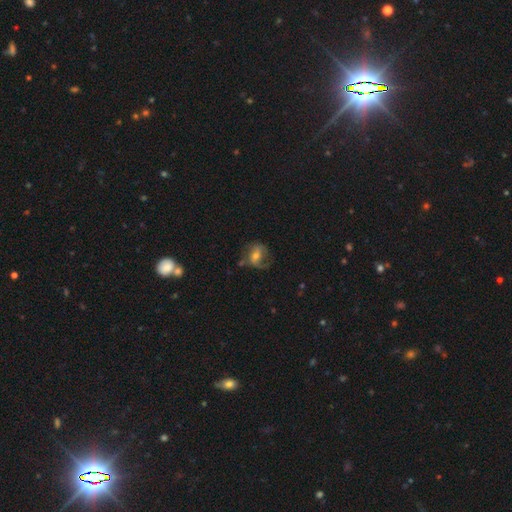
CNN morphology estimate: smooth-or-featured: featured or disk: 57% | smooth: 34% | star or artifact: 9%
  disk-edge-on: no: 96% | yes: 4%
    bar: no: 38% (tied) | weak: 38% (tied) | strong: 24%
    has-spiral-arms: yes: 75% | no: 25%
    bulge-size: moderate: 58% | small: 34% | large: 5% | none: 2% | dominant: 1%
  merging: none: 52% | minor disturbance: 24% | major disturbance: 21% | merger: 4%